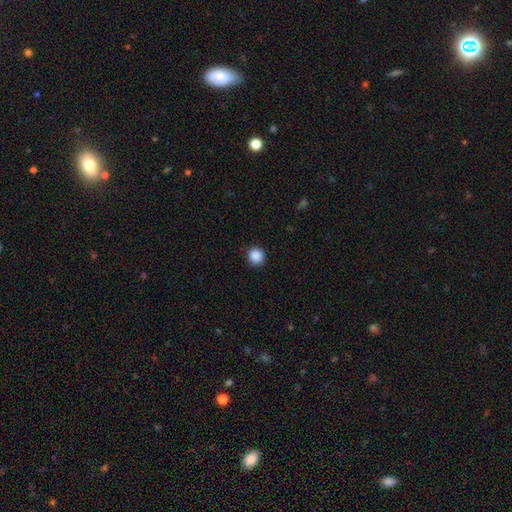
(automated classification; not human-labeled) Smooth or featured? smooth (88%)
How rounded? round (94%)
Merging? none (92%)